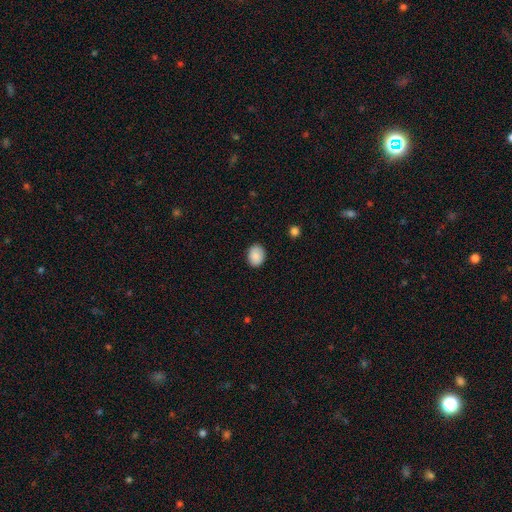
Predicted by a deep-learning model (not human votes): smooth-or-featured: smooth: 89% | star or artifact: 7% | featured or disk: 4%
  how-rounded: in between: 56% | round: 43% | cigar-shaped: 1%
  merging: none: 87% | minor disturbance: 10% | major disturbance: 2% | merger: 1%